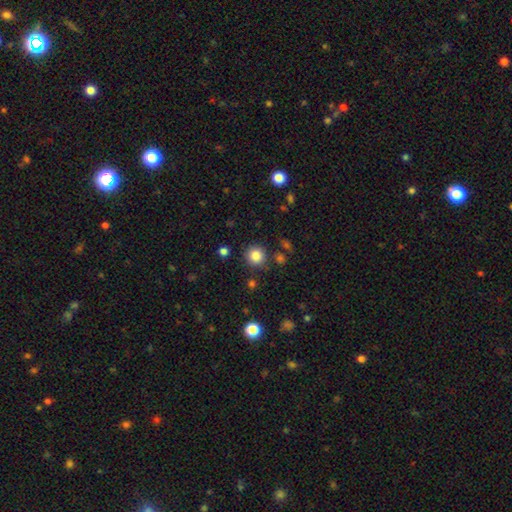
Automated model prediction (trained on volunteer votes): This is clearly a smooth galaxy (85%). How rounded: clearly round (93%). Merging: clearly none (86%).